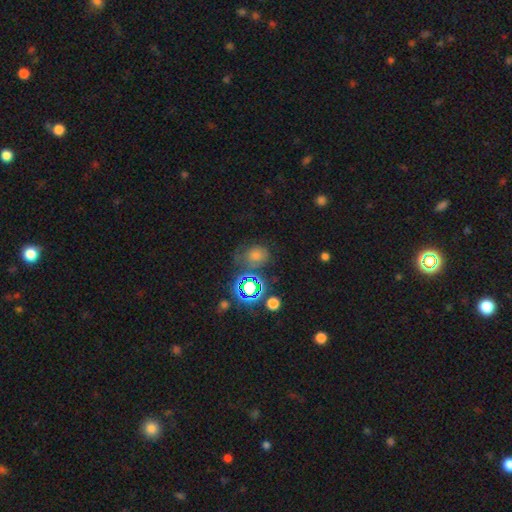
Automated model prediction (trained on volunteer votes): Smooth or featured?
  - star or artifact: 43% *
  - smooth: 42%
  - featured or disk: 15%